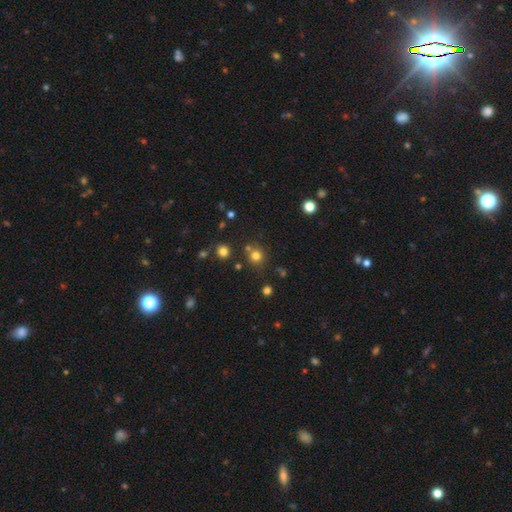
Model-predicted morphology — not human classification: A smooth galaxy with no disk features (74%) that is round (90%).

Vote fractions:
- Smooth or featured? smooth: 74% / star or artifact: 19% / featured or disk: 7%
- How rounded? round: 90% / in between: 9% / cigar-shaped: 1%
- Merging? none: 74% / merger: 14% / minor disturbance: 9% / major disturbance: 3%